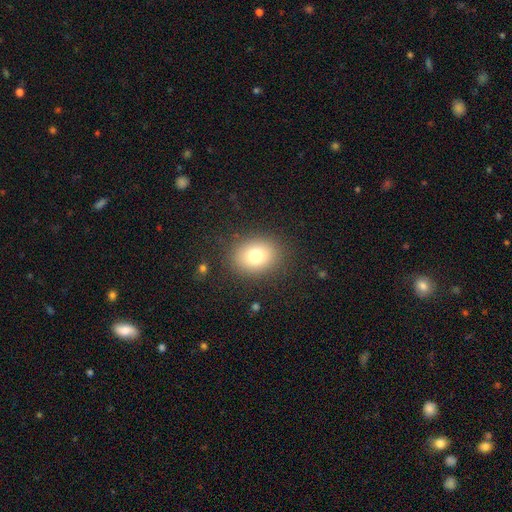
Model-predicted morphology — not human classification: Smooth or featured: smooth — 77% (star or artifact — 12%)
How rounded: in between — 50% (round — 49%)
Merging: none — 86% (minor disturbance — 9%)